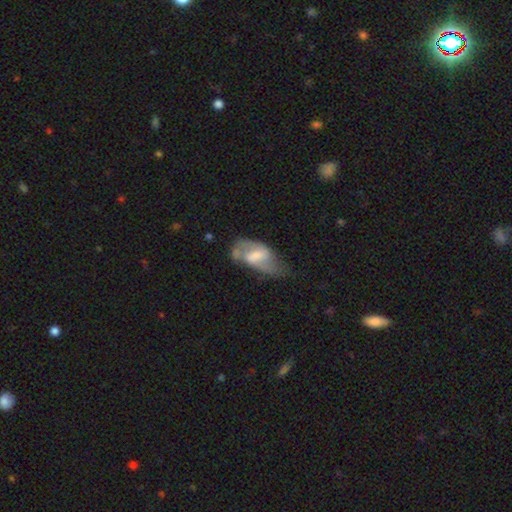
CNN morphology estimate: This appears to be a featured or disk galaxy (57%) with a weak bar (47%), spiral arms (69%) and a moderate central bulge (40%). Merging: none (34%).